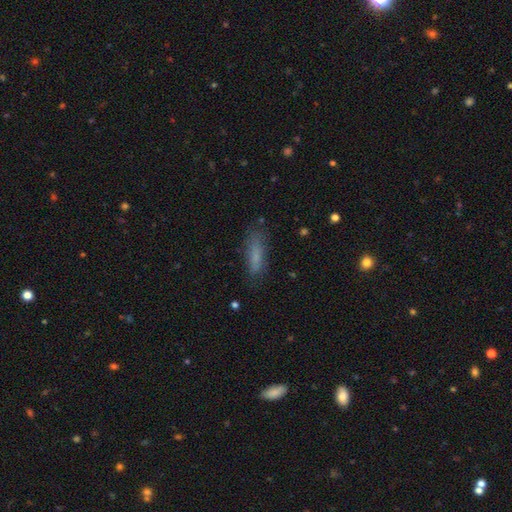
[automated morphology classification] smooth_or_featured: smooth (p=0.75) [alt: featured or disk p=0.14]
how_rounded: cigar-shaped (p=0.60) [alt: in between p=0.38]
merging: none (p=0.75) [alt: minor disturbance p=0.17]